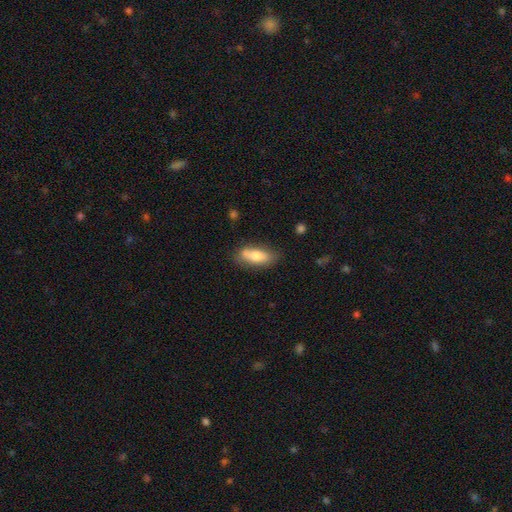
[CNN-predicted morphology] A smooth galaxy with no disk features (73%) that is in between round and cigar-shaped (65%).

Vote fractions:
- Smooth or featured? smooth: 73% / featured or disk: 20% / star or artifact: 6%
- How rounded? in between: 65% / cigar-shaped: 32% / round: 3%
- Merging? none: 72% / minor disturbance: 20% / major disturbance: 4% / merger: 4%